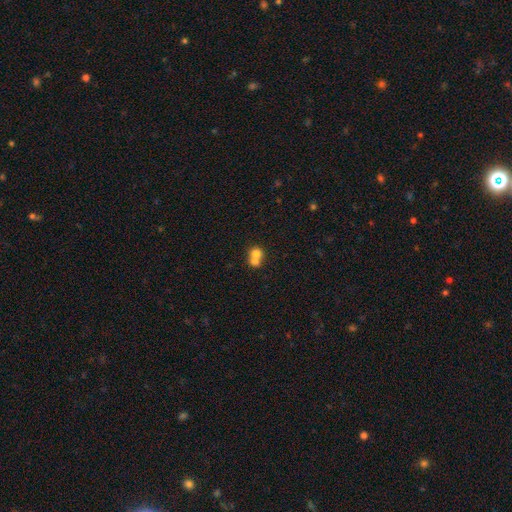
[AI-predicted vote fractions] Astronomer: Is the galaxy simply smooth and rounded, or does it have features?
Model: smooth — 72%.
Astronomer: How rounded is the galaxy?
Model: round — 76%.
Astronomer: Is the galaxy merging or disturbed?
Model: merger — 66%.